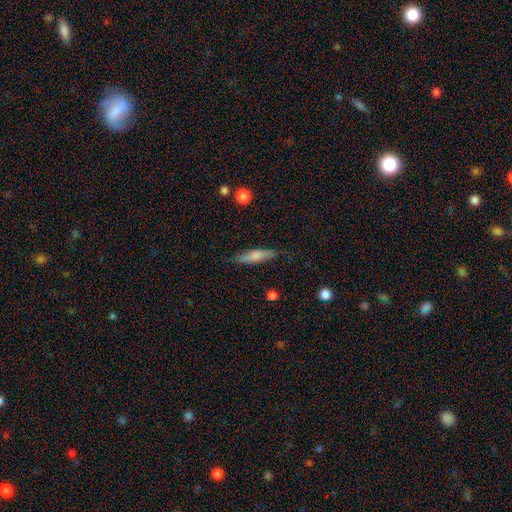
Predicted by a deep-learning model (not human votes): Smooth or featured? smooth (68%)
How rounded? cigar-shaped (73%)
Merging? none (80%)